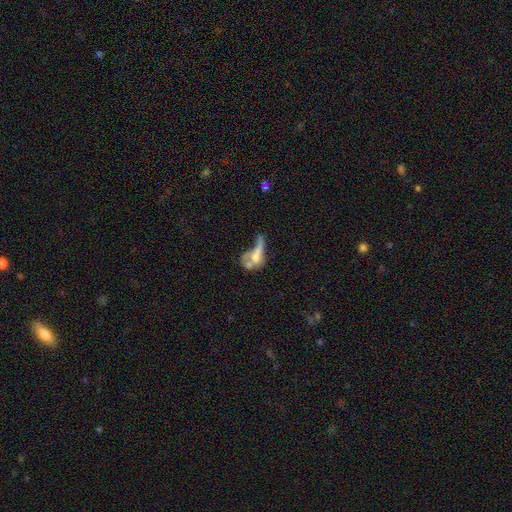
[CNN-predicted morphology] Overall: featured or disk (45%; smooth 43%). Merging: merger (39%; major disturbance 33%).